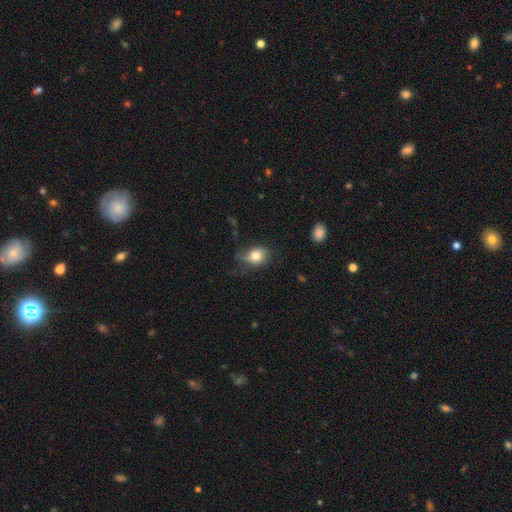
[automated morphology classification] The model was most divided on "how rounded": in between: 59%, round: 39%, cigar-shaped: 1%. More confident: smooth or featured — smooth (77%); merging — none (51%).